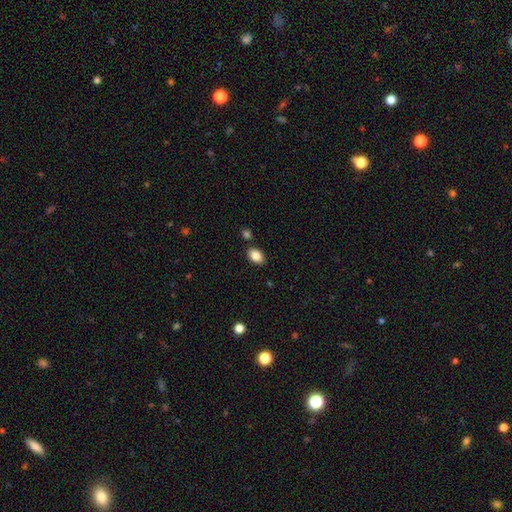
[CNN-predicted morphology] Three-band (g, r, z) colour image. It shows a smooth galaxy with no disk features (86%) that is in between round and cigar-shaped (88%). Merging: none (83%).